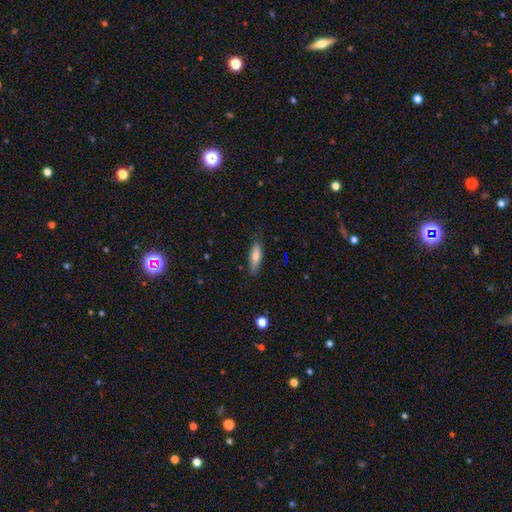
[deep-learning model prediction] smooth 73%, featured or disk 21%, star or artifact 7%. Down the decision tree: how rounded — cigar-shaped (55%); merging — none (81%).